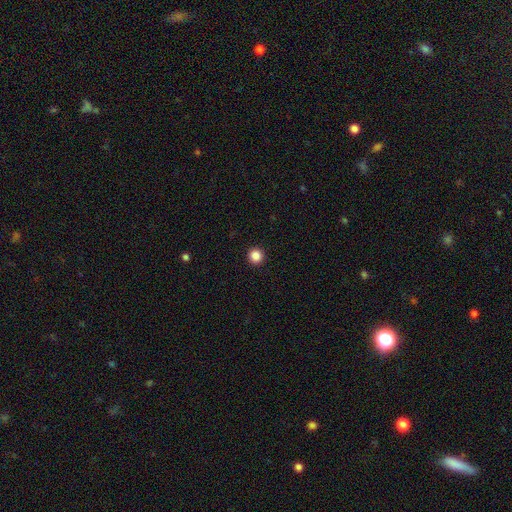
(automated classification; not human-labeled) Smooth or featured? smooth (86%)
How rounded? round (96%)
Merging? none (94%)